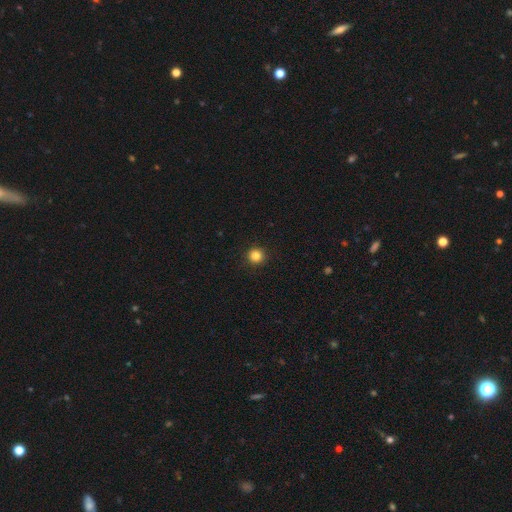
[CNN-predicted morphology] type=smooth (84%); roundness=round (95%); merging=none (93%).